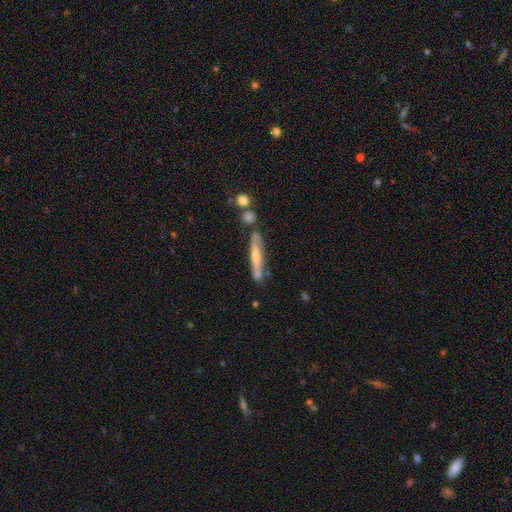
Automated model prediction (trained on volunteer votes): Smooth or featured? featured or disk (54%)
Edge-on disk? yes (86%)
Merging? none (68%)